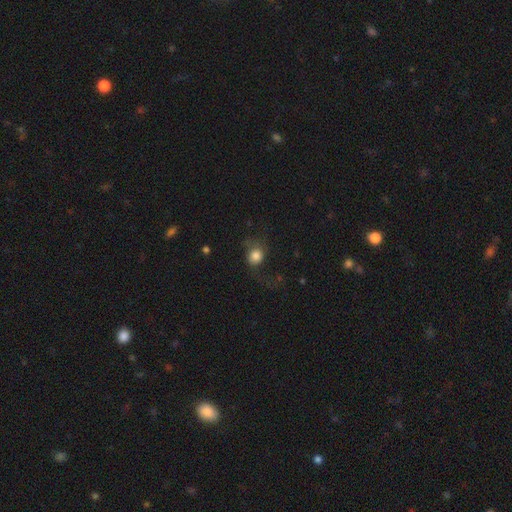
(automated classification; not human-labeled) smooth 73%, featured or disk 18%, star or artifact 10%. Down the decision tree: how rounded — round (74%); merging — none (43%).